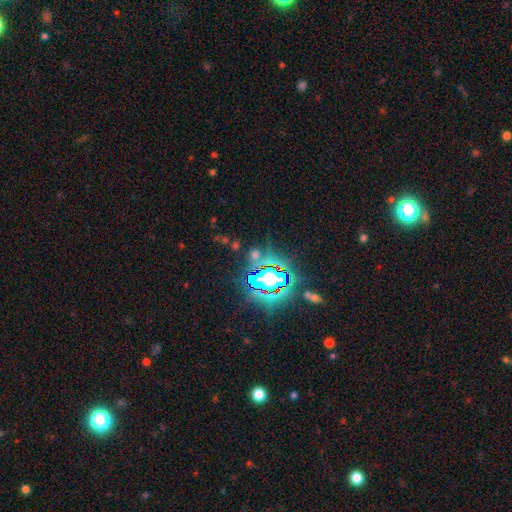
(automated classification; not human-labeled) star or artifact 63%, smooth 26%, featured or disk 11%.